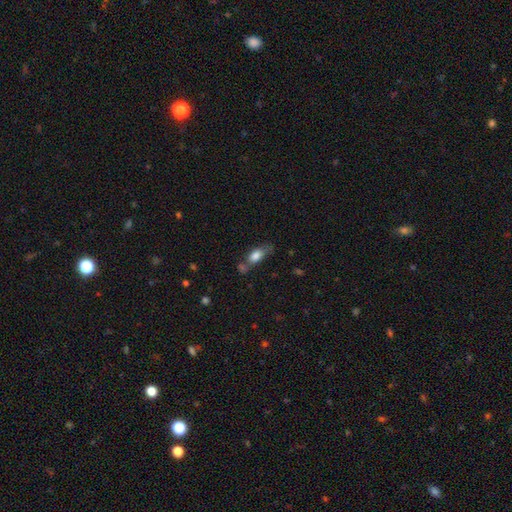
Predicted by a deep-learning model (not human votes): A smooth galaxy with no disk features (78%) that is in between round and cigar-shaped (81%). Merging: none (43%).